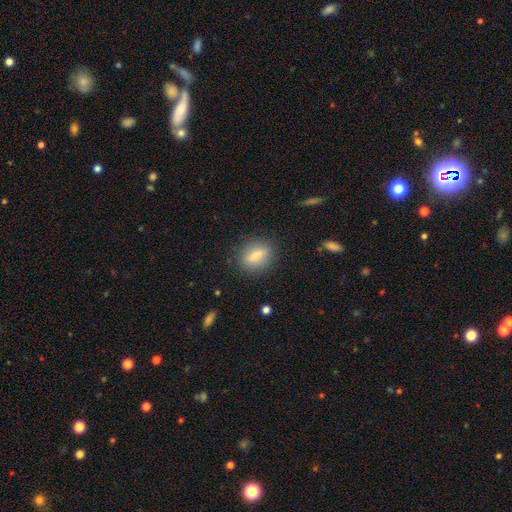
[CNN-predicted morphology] This is likely a smooth galaxy (76%). How rounded: likely in between (65%). Merging: clearly none (85%).